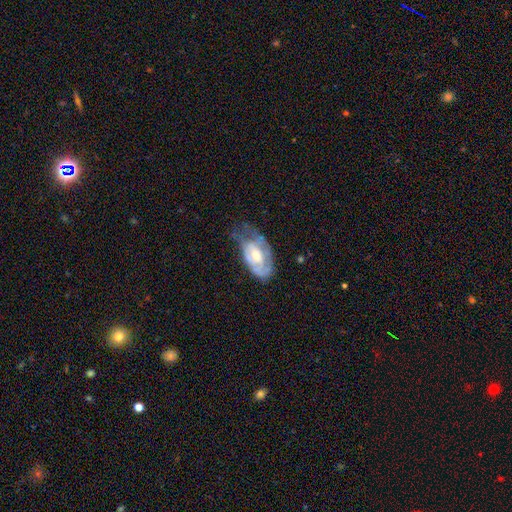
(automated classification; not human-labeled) Q: Smooth or featured?
A: featured or disk (65%); runner-up: smooth (29%)
Q: Edge-on disk?
A: no (94%); runner-up: yes (6%)
Q: Bar?
A: no (63%); runner-up: weak (31%)
Q: Spiral arms?
A: yes (64%); runner-up: no (36%)
Q: Bulge size?
A: moderate (59%); runner-up: small (27%)
Q: Merging?
A: minor disturbance (38%); runner-up: none (34%)